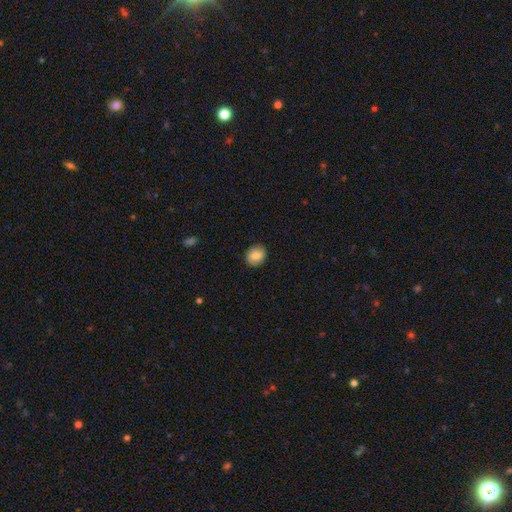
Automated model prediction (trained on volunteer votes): smooth_or_featured: smooth (p=0.81) [alt: featured or disk p=0.11]
how_rounded: round (p=0.66) [alt: in between p=0.33]
merging: none (p=0.89) [alt: minor disturbance p=0.08]